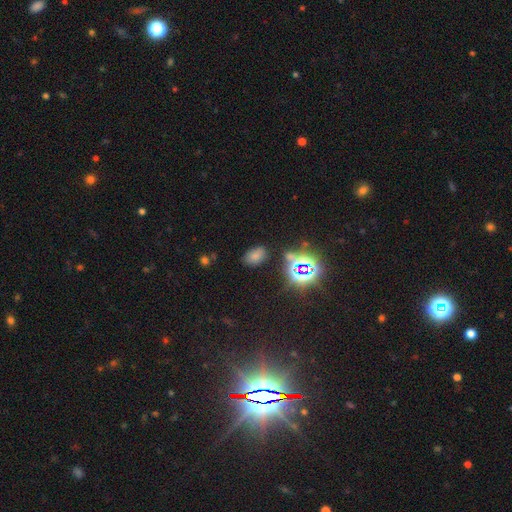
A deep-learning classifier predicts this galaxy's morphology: type=smooth (62%); roundness=in between (86%); merging=none (75%).